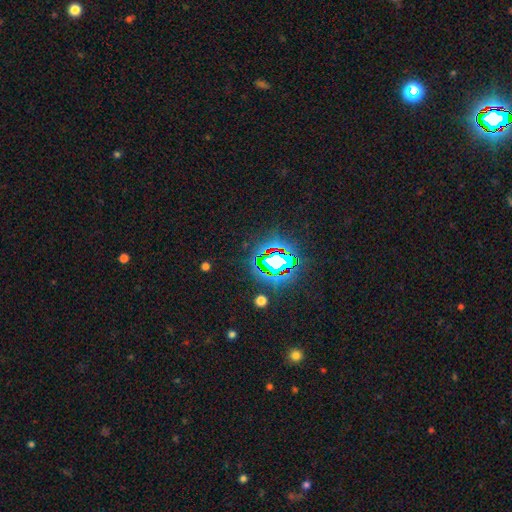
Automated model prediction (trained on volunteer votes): This appears to be a star or artifact, not a galaxy (85%).